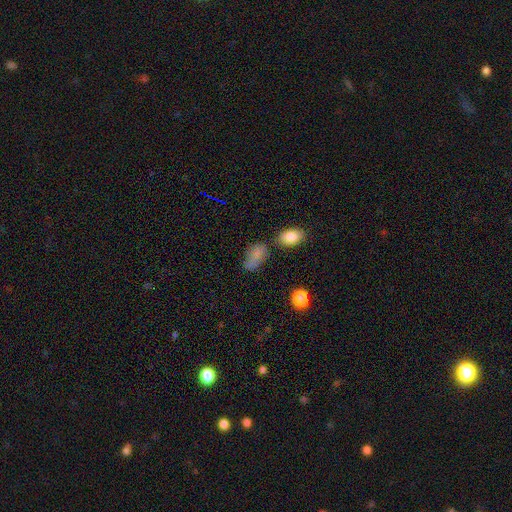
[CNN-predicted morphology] This appears to be a smooth galaxy with no disk features (75%) that is in between round and cigar-shaped (90%). Merging: none (47%).